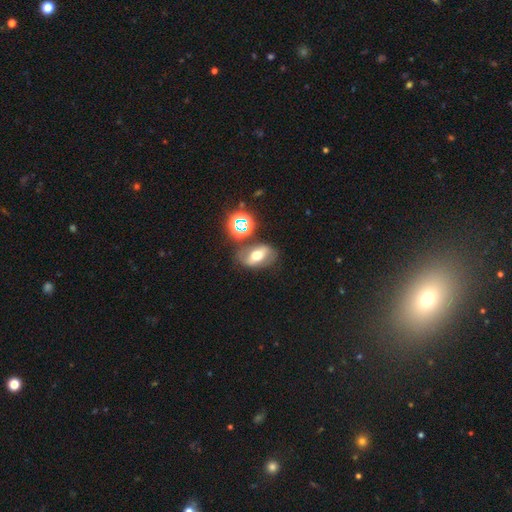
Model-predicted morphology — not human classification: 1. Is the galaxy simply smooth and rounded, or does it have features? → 47% featured or disk, 37% smooth, 16% star or artifact.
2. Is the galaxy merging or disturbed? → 67% none, 16% minor disturbance, 10% merger, 7% major disturbance.